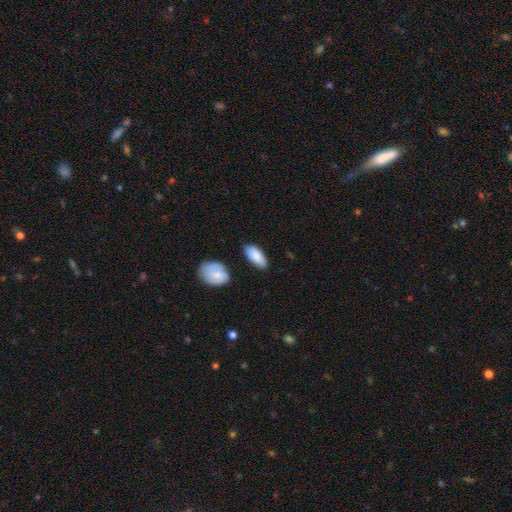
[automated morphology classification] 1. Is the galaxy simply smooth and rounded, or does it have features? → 86% smooth, 9% featured or disk, 6% star or artifact.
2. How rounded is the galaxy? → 89% in between, 8% cigar-shaped, 2% round.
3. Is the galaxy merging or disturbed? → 77% none, 15% minor disturbance, 4% merger, 3% major disturbance.